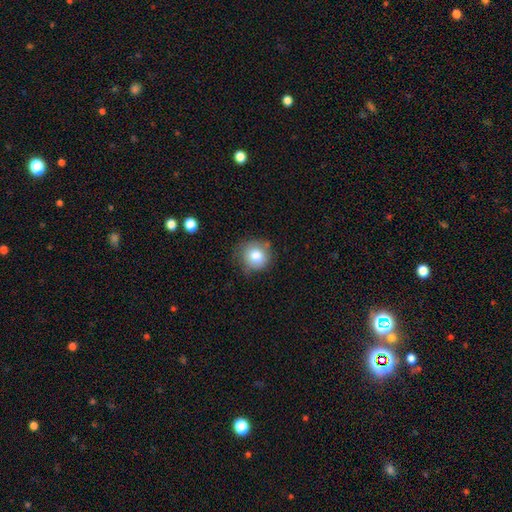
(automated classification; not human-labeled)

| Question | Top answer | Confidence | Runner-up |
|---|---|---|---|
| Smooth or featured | smooth | 81% | star or artifact (9%) |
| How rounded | round | 89% | in between (10%) |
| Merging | none | 69% | minor disturbance (23%) |